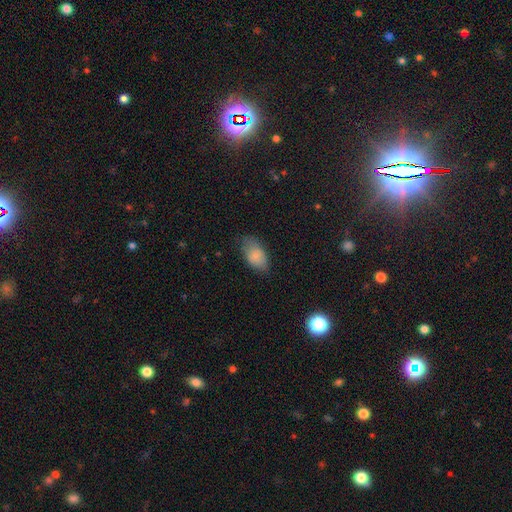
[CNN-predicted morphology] type=smooth (82%); roundness=in between (91%); merging=none (65%).